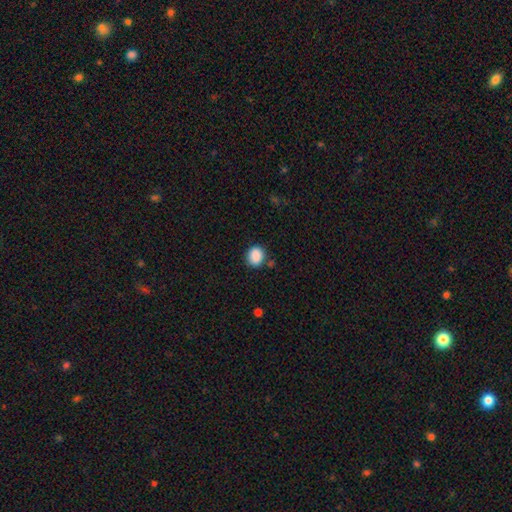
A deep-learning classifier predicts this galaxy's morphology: A smooth galaxy with no disk features (88%) that is round (64%). Merging: none (80%).